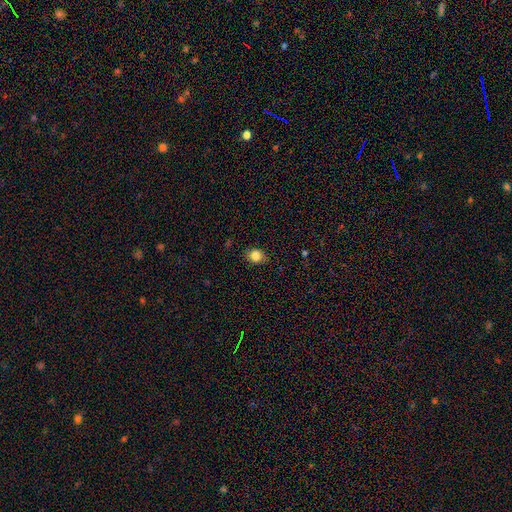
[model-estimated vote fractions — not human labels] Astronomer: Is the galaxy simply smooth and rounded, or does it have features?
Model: smooth — 83%.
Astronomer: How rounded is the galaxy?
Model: round — 57% (runner-up: in between, 42%).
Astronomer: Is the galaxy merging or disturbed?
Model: none — 85%.